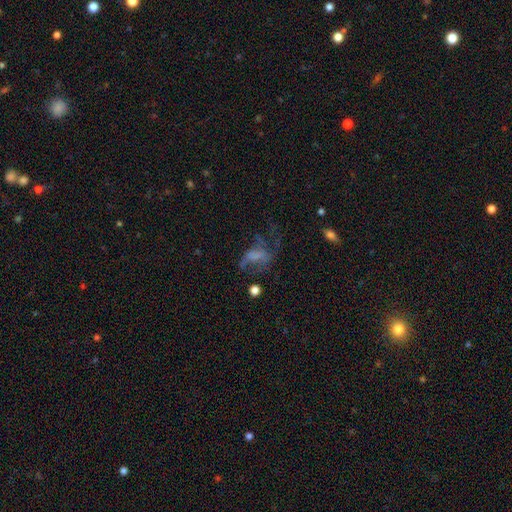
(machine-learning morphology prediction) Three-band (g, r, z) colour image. It shows a featured or disk galaxy (49%). Merging: major disturbance (50%).